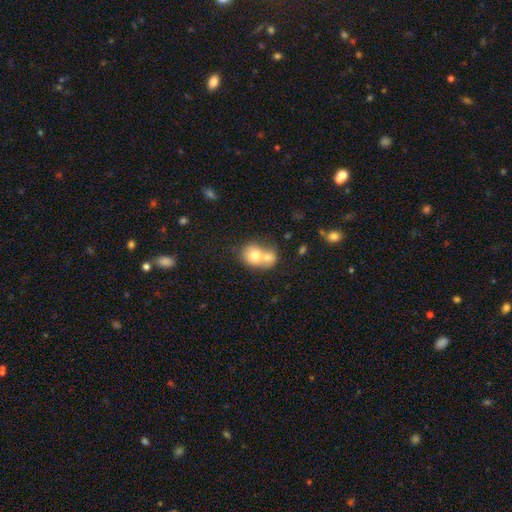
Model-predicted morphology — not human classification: Smooth or featured? smooth (71%)
How rounded? round (64%)
Merging? merger (69%)